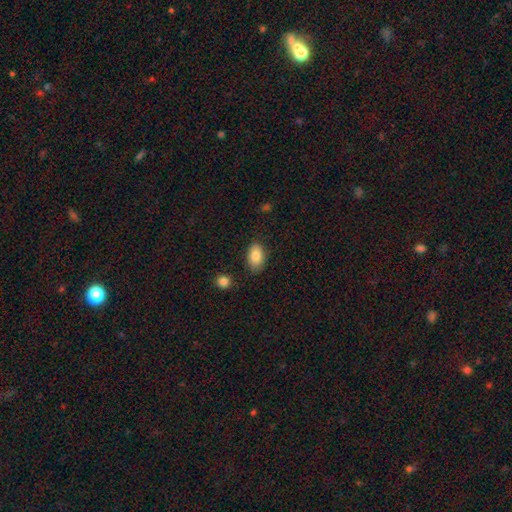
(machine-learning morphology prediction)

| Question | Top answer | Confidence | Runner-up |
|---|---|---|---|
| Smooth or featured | smooth | 86% | featured or disk (7%) |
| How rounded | in between | 92% | round (7%) |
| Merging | none | 82% | minor disturbance (13%) |